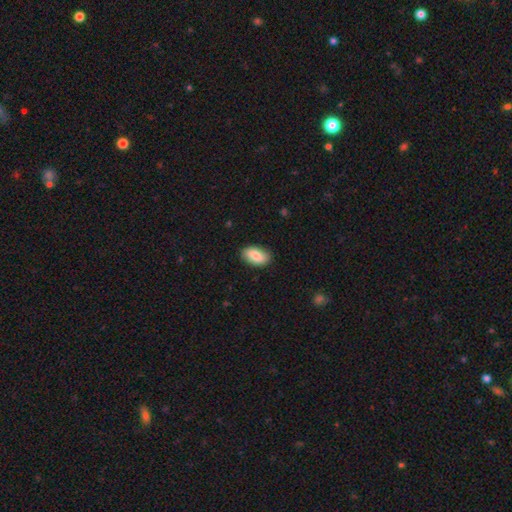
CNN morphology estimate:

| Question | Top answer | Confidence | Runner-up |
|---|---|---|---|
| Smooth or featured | smooth | 85% | featured or disk (9%) |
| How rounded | in between | 94% | round (4%) |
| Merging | none | 85% | minor disturbance (11%) |